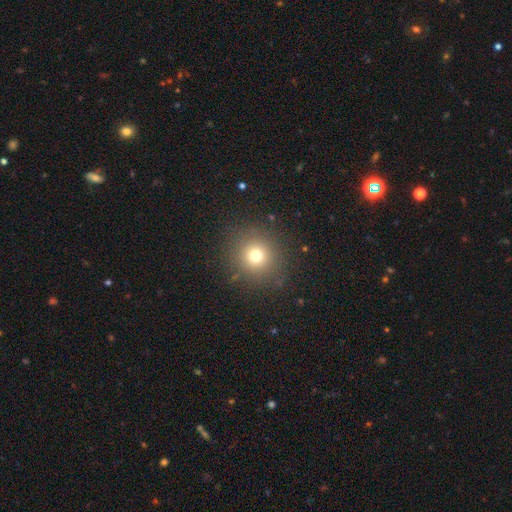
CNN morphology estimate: A smooth galaxy with no disk features (72%) that is round (92%). Merging: none (88%).